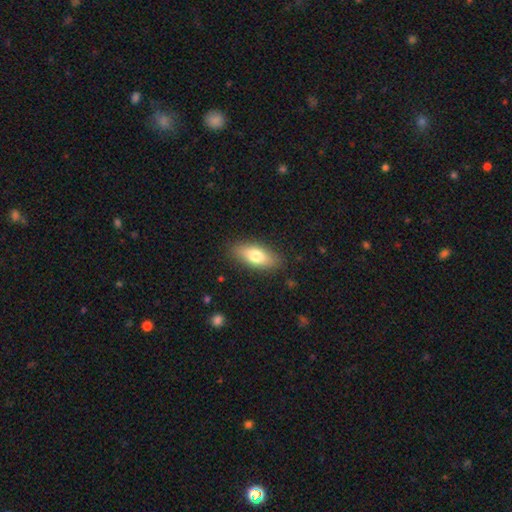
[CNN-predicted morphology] Overall: smooth (76%). How rounded: in between (80%). Merging: none (86%).